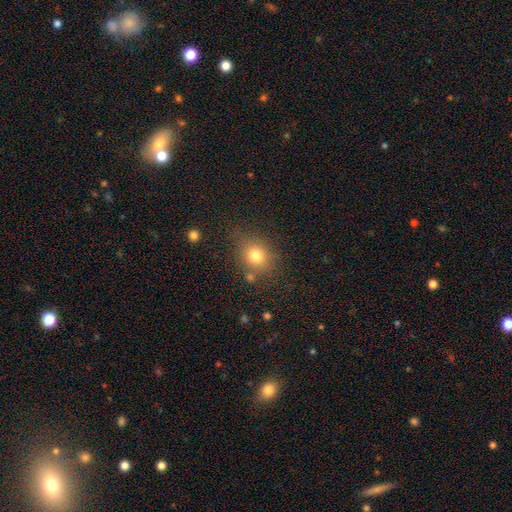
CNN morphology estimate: A smooth galaxy with no disk features (77%) that is round (64%). Merging: none (73%).